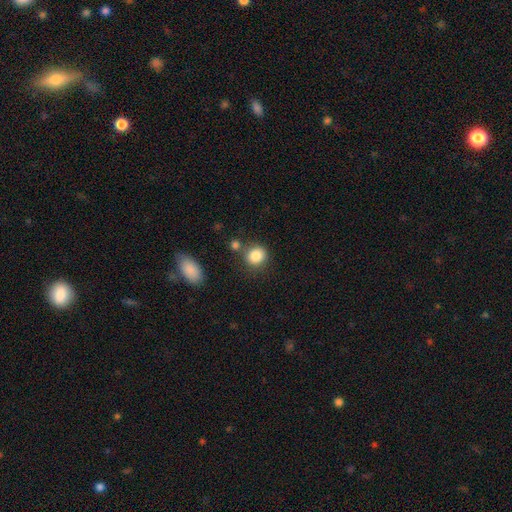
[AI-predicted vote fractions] smooth-or-featured: smooth: 85% | star or artifact: 9% | featured or disk: 5%
  how-rounded: round: 81% | in between: 18% | cigar-shaped: 1%
  merging: none: 72% | merger: 12% | minor disturbance: 12% | major disturbance: 4%